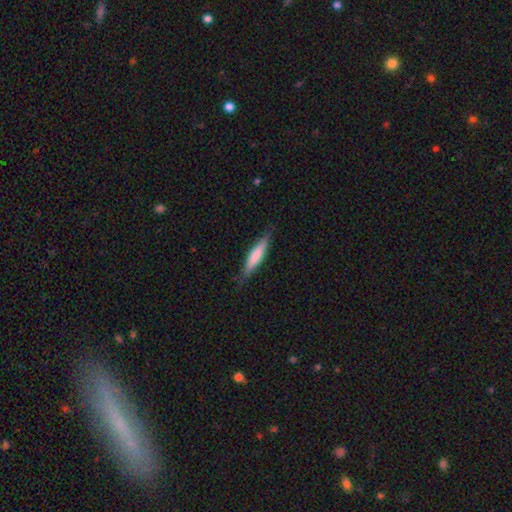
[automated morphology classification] Smooth or featured?
  - smooth: 63% *
  - featured or disk: 31%
  - star or artifact: 6%
How rounded?
  - cigar-shaped: 87% *
  - in between: 12%
  - round: 1%
Merging?
  - none: 83% *
  - minor disturbance: 13%
  - major disturbance: 3%
  - merger: 1%